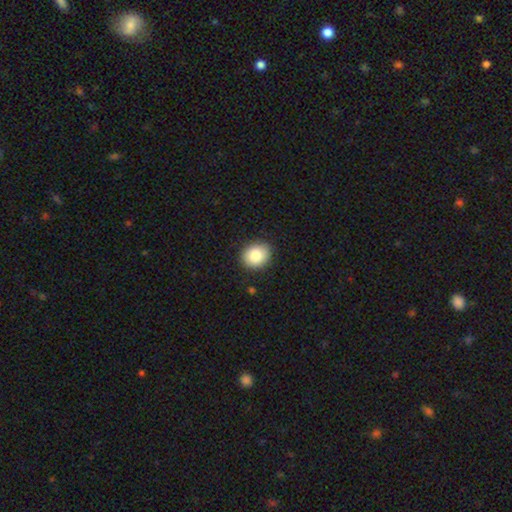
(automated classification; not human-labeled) Smooth or featured?
  - smooth: 85% *
  - star or artifact: 8%
  - featured or disk: 7%
How rounded?
  - round: 62% *
  - in between: 37%
  - cigar-shaped: 1%
Merging?
  - none: 88% *
  - minor disturbance: 9%
  - major disturbance: 2%
  - merger: 1%